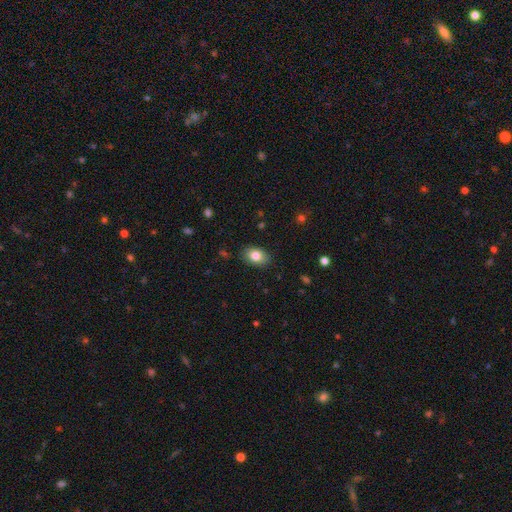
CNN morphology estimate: smooth 82%, featured or disk 10%, star or artifact 8%. Down the decision tree: how rounded — in between (83%); merging — none (86%).